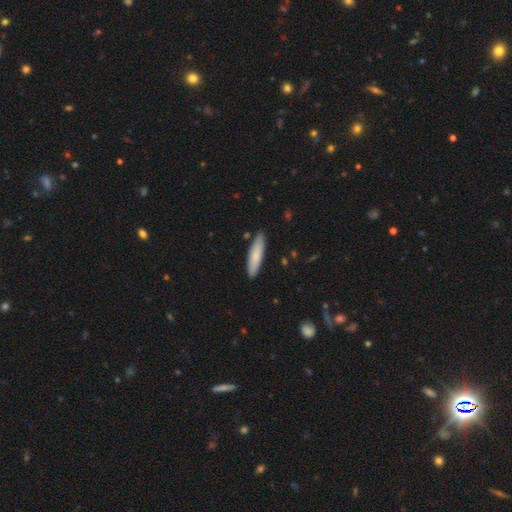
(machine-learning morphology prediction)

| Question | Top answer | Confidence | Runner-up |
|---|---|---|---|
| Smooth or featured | smooth | 80% | featured or disk (14%) |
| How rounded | cigar-shaped | 75% | in between (24%) |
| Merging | none | 87% | minor disturbance (10%) |